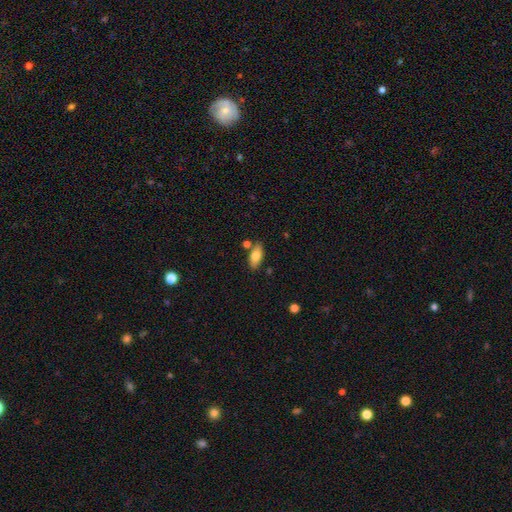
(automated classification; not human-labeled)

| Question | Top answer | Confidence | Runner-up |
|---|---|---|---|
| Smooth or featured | smooth | 77% | featured or disk (17%) |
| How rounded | in between | 85% | cigar-shaped (12%) |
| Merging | none | 77% | minor disturbance (12%) |